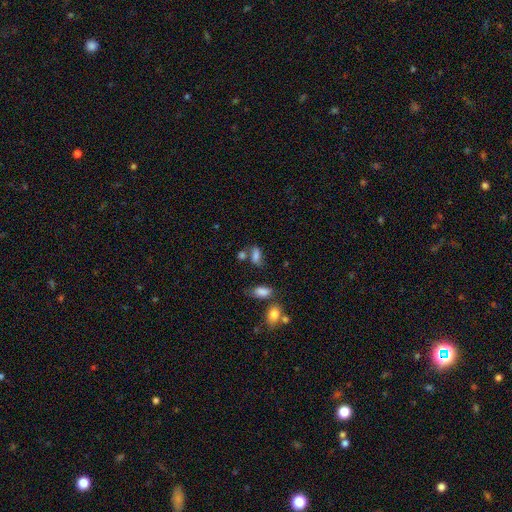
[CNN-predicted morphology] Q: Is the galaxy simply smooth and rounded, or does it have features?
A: smooth — 74%.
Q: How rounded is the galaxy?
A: in between — 82%.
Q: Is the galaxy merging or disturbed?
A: none — 47%.